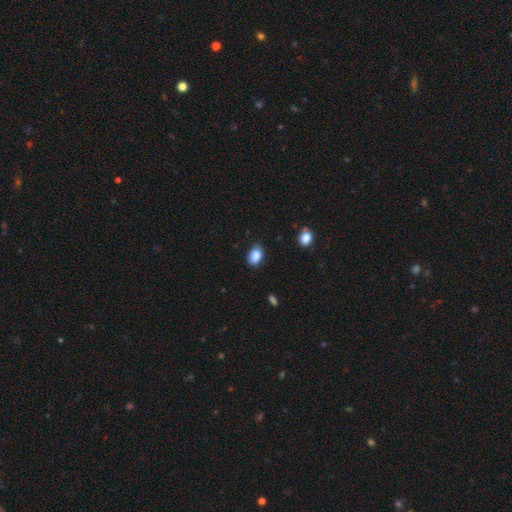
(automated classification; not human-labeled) Morphology: type=smooth (88%); roundness=in between (82%); merging=none (80%).